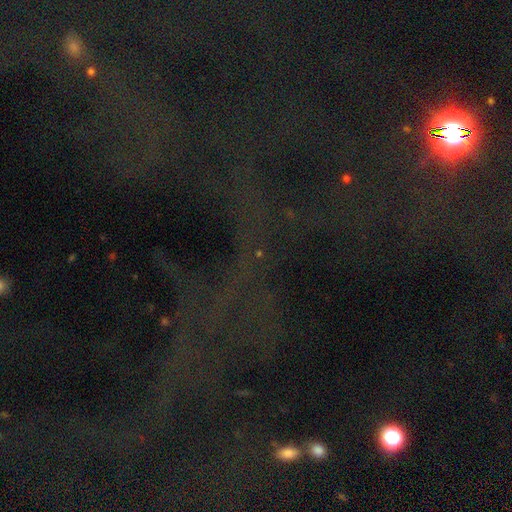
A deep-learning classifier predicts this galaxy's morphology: A star or artifact, not a galaxy (74%).

Vote fractions:
- Smooth or featured? star or artifact: 74% / smooth: 14% / featured or disk: 12%